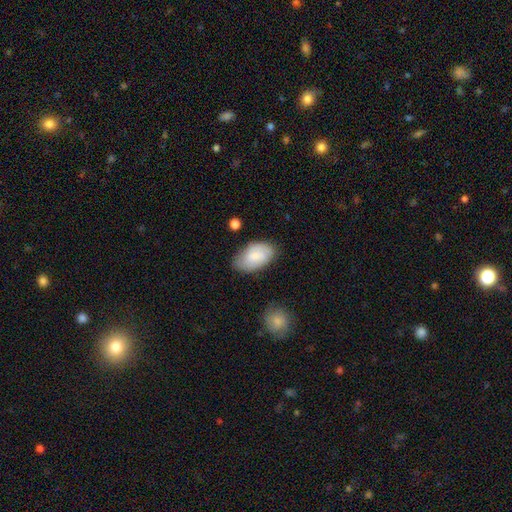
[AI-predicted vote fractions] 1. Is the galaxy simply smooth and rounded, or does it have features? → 78% smooth, 16% featured or disk, 6% star or artifact.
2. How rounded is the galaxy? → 94% in between, 4% round, 2% cigar-shaped.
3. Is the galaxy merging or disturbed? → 70% none, 22% minor disturbance, 5% major disturbance, 3% merger.